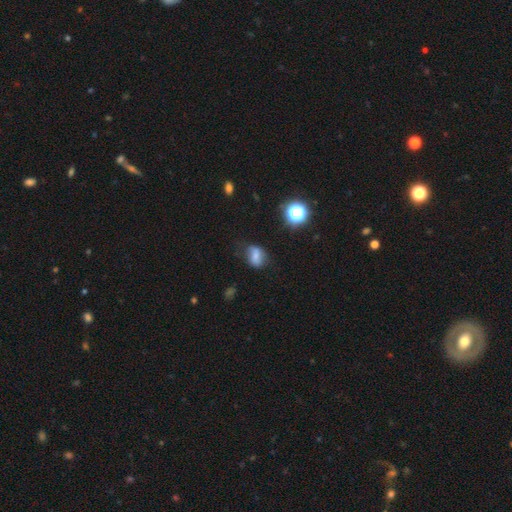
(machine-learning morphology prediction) A smooth galaxy with no disk features (63%) that is in between round and cigar-shaped (68%).

Vote fractions:
- Smooth or featured? smooth: 63% / featured or disk: 23% / star or artifact: 14%
- How rounded? in between: 68% / round: 29% / cigar-shaped: 4%
- Merging? none: 58% / minor disturbance: 28% / major disturbance: 10% / merger: 4%